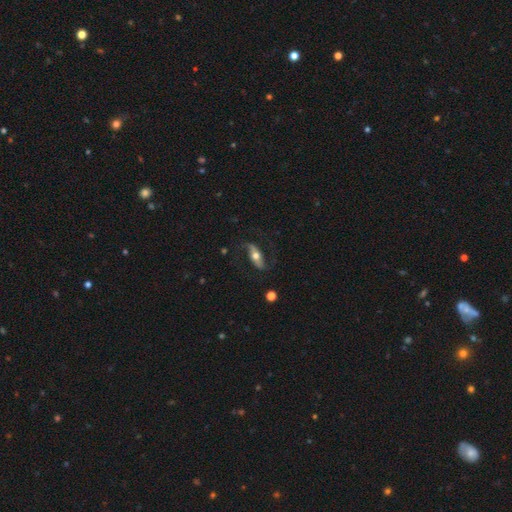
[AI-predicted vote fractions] Smooth or featured?
  - featured or disk: 71% *
  - smooth: 23%
  - star or artifact: 6%
Edge-on disk?
  - no: 77% *
  - yes: 23%
Bar?
  - no: 40% *
  - strong: 39%
  - weak: 22%
Spiral arms?
  - yes: 87% *
  - no: 13%
Bulge size?
  - moderate: 69% *
  - small: 14%
  - large: 14%
  - dominant: 2%
  - none: 1%
Merging?
  - none: 73% *
  - minor disturbance: 15%
  - major disturbance: 11%
  - merger: 2%